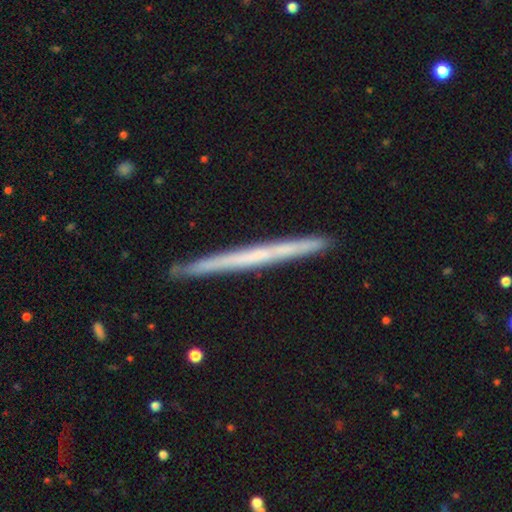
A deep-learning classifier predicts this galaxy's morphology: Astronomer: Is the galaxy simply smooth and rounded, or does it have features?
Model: featured or disk — 57% (runner-up: smooth, 37%).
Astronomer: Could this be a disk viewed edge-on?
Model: yes — 97%.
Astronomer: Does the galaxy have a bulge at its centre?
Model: none — 89%.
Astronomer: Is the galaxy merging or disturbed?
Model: none — 91%.